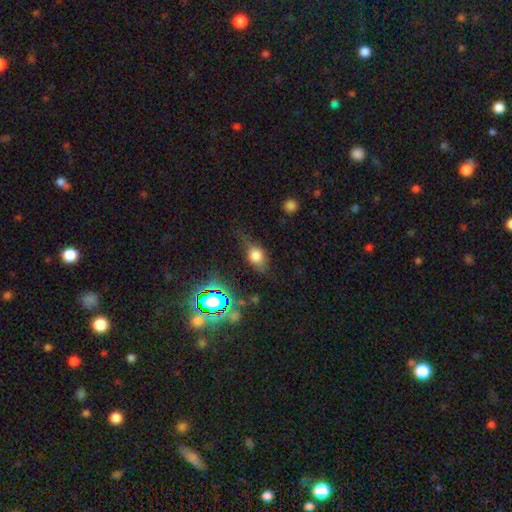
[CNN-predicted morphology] Overall: smooth (57%; featured or disk 27%). How rounded: in between (62%; round 31%). Merging: none (59%; minor disturbance 26%).